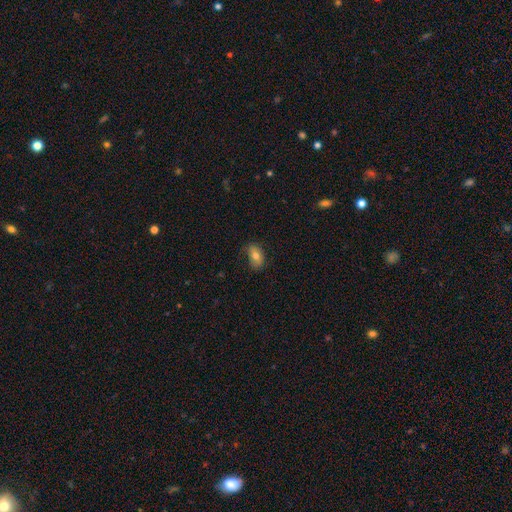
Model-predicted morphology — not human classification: A smooth galaxy with no disk features (75%) that is in between round and cigar-shaped (87%). Merging: none (74%).